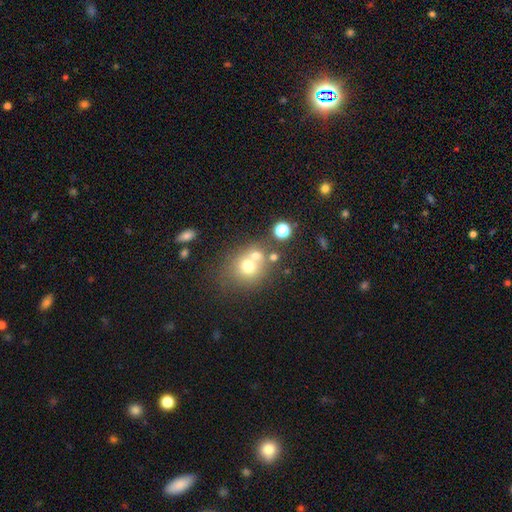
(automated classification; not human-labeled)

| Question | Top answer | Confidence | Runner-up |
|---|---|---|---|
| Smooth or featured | smooth | 65% | featured or disk (19%) |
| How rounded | round | 78% | in between (21%) |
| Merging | merger | 43% | tied: none (43%) |